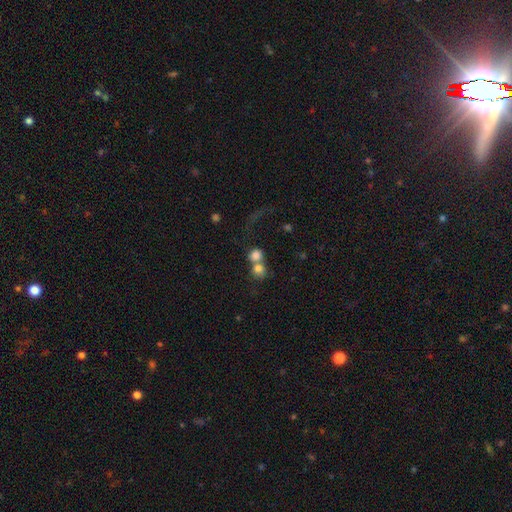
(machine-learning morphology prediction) This is likely a smooth galaxy (77%). How rounded: likely round (79%). Merging: likely merger (63%).